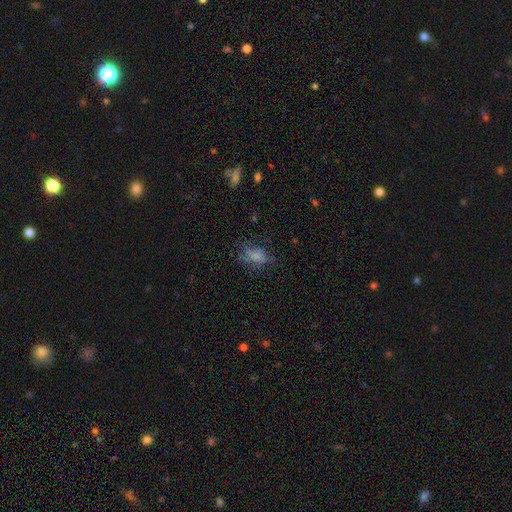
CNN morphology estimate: This appears to be a smooth galaxy with no disk features (66%) that is in between round and cigar-shaped (81%). Merging: none (48%).